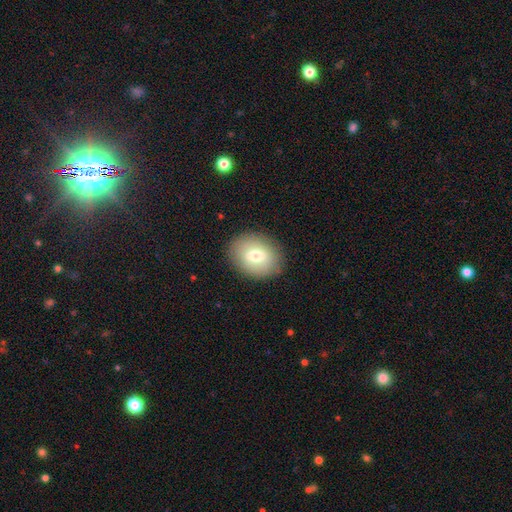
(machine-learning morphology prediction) smooth 72%, featured or disk 20%, star or artifact 8%. Down the decision tree: how rounded — in between (59%); merging — none (87%).